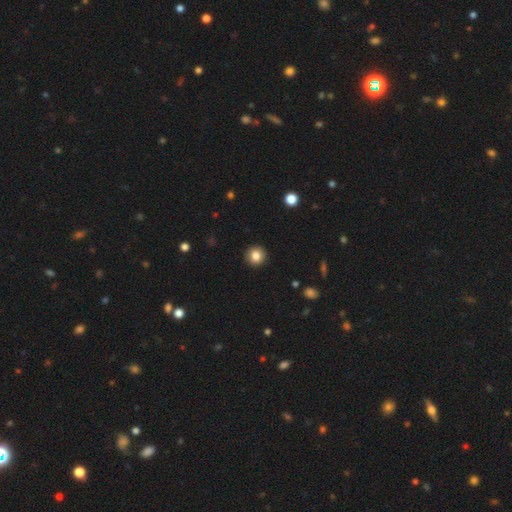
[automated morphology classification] The model was most divided on "smooth or featured": smooth: 84%, star or artifact: 10%, featured or disk: 6%. More confident: how rounded — round (94%); merging — none (93%).